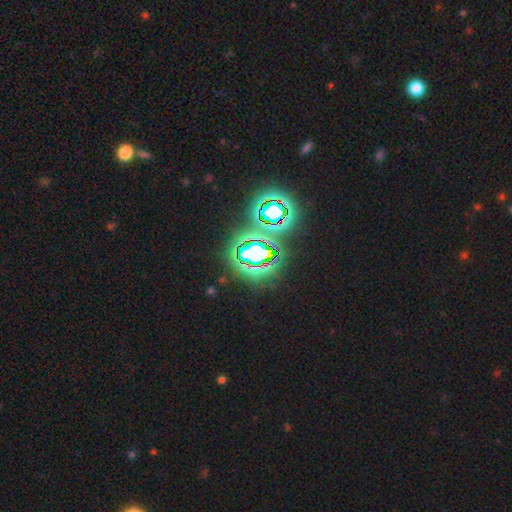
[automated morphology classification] A star or artifact, not a galaxy (68%).